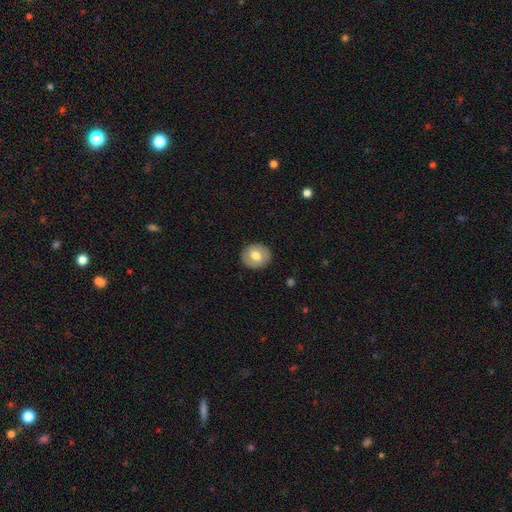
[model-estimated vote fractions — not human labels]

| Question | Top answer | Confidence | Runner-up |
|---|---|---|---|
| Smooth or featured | smooth | 61% | featured or disk (33%) |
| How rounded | round | 72% | in between (27%) |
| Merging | none | 88% | minor disturbance (9%) |